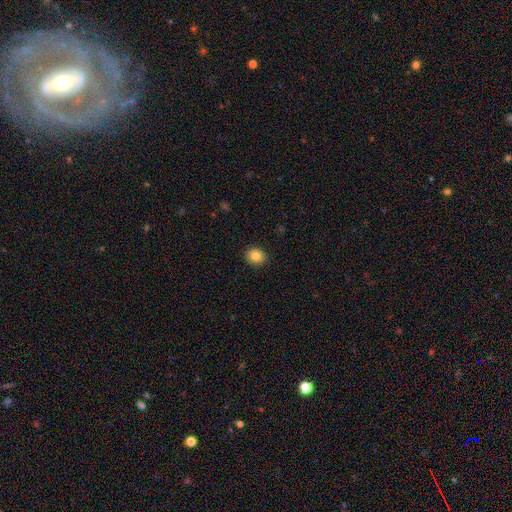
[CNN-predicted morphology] Q: Smooth or featured?
A: smooth (84%); runner-up: star or artifact (10%)
Q: How rounded?
A: round (75%); runner-up: in between (24%)
Q: Merging?
A: none (91%); runner-up: minor disturbance (7%)